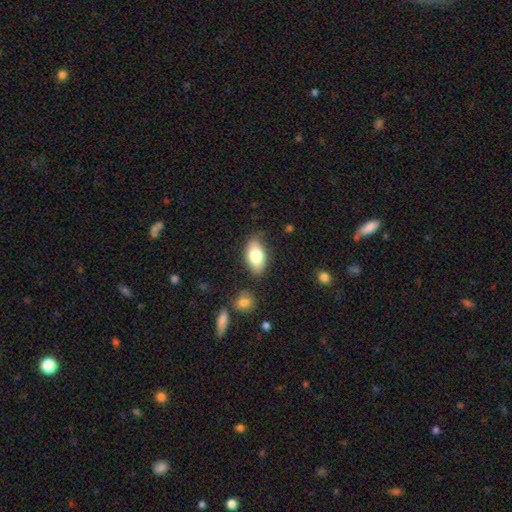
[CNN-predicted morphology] A smooth galaxy with no disk features (76%) that is in between round and cigar-shaped (90%).

Vote fractions:
- Smooth or featured? smooth: 76% / featured or disk: 17% / star or artifact: 7%
- How rounded? in between: 90% / round: 5% / cigar-shaped: 5%
- Merging? none: 79% / minor disturbance: 15% / major disturbance: 3% / merger: 3%